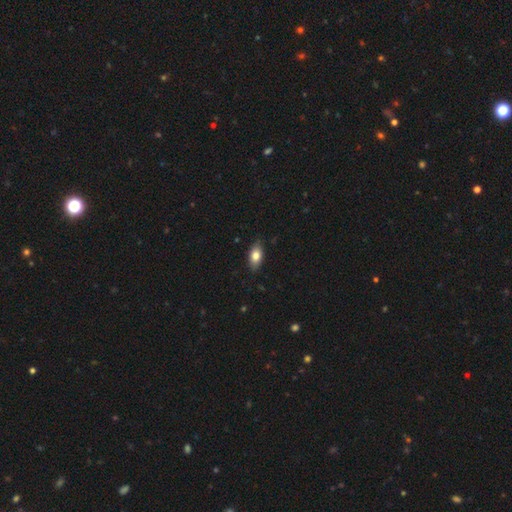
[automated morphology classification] This is likely a smooth galaxy (78%). How rounded: clearly in between (89%). Merging: clearly none (84%).